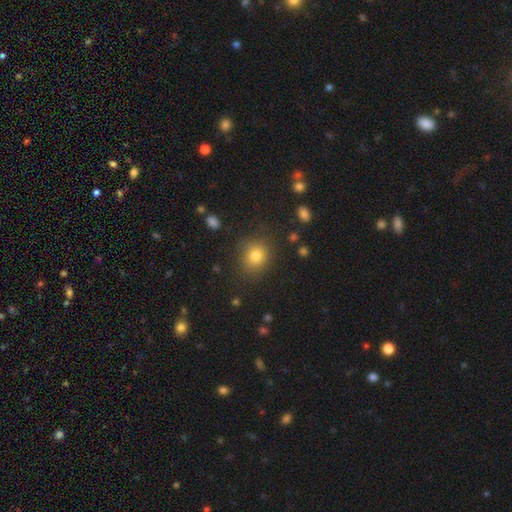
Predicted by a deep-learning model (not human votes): Q: Smooth or featured?
A: smooth (79%); runner-up: star or artifact (13%)
Q: How rounded?
A: round (75%); runner-up: in between (24%)
Q: Merging?
A: none (84%); runner-up: minor disturbance (11%)